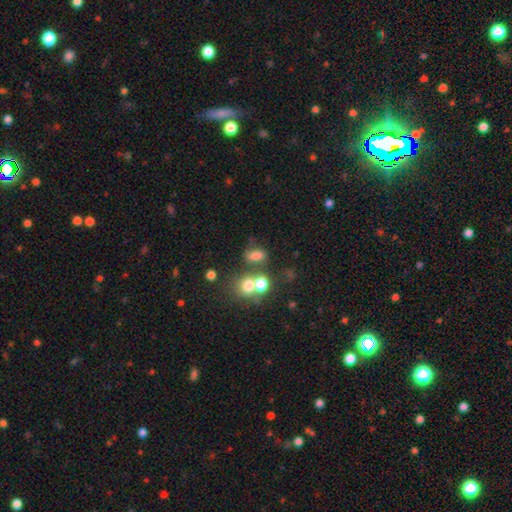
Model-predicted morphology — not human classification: The model was most divided on "merging": none: 45%, merger: 31%, minor disturbance: 15%, major disturbance: 9%. More confident: smooth or featured — smooth (71%); how rounded — in between (70%).